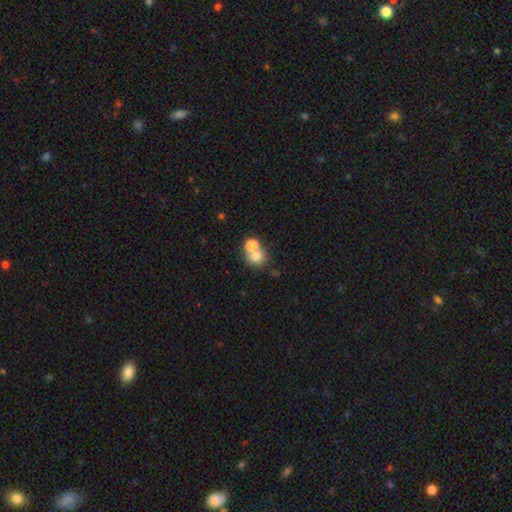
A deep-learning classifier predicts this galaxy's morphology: This is likely a smooth galaxy (72%). How rounded: likely round (75%). Merging: possibly merger (47%).